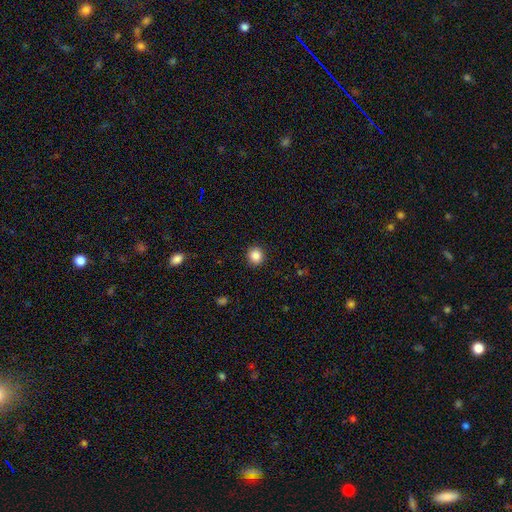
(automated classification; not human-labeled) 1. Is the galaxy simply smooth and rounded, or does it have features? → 86% smooth, 10% star or artifact, 4% featured or disk.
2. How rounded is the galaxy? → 90% round, 9% in between, 1% cigar-shaped.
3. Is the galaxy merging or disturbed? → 91% none, 6% minor disturbance, 2% major disturbance, 1% merger.